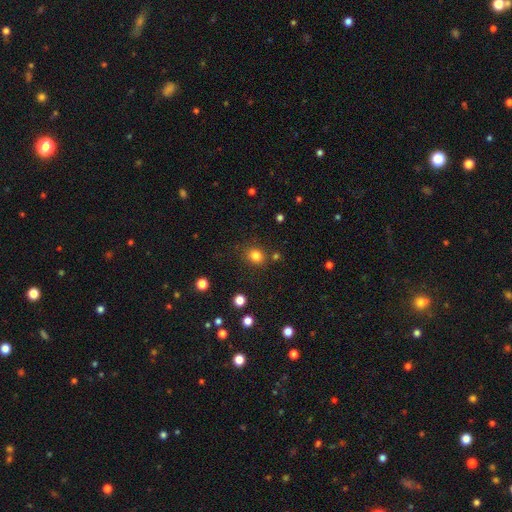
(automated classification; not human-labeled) A smooth galaxy with no disk features (81%) that is round (73%). Merging: none (81%).